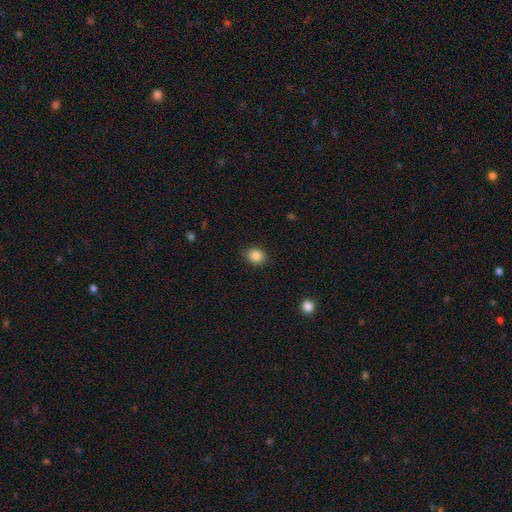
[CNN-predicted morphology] Overall: smooth (86%). How rounded: round (67%; in between 32%). Merging: none (88%).